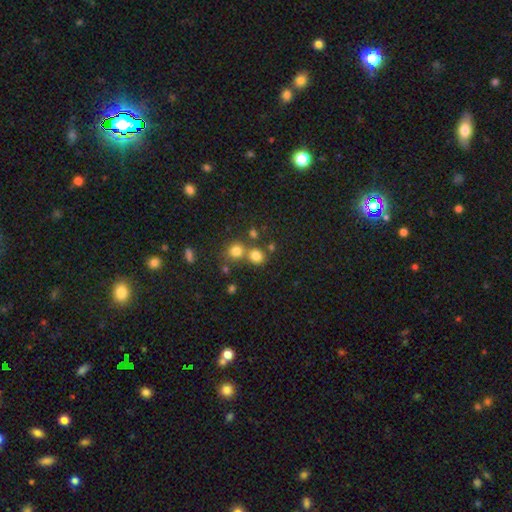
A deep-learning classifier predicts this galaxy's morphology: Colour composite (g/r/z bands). It shows a smooth galaxy with no disk features (78%) that is round (77%). Merging: none (55%).